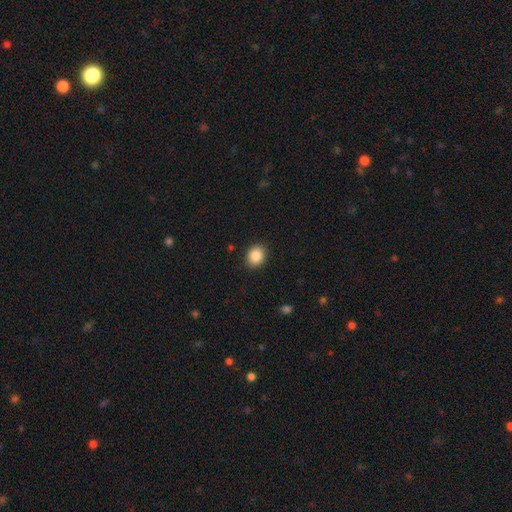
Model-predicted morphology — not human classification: This appears to be a smooth galaxy with no disk features (87%) that is round (53%). Merging: none (90%).